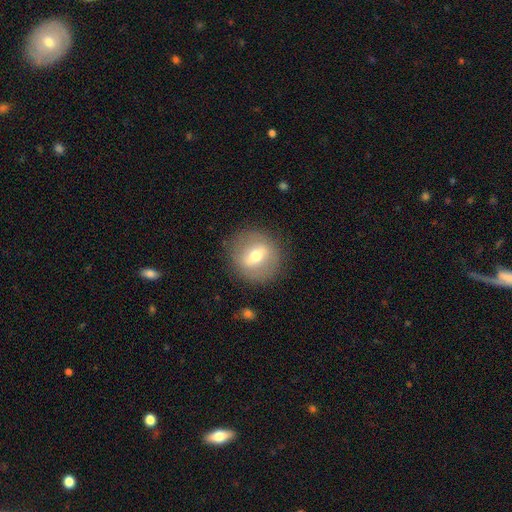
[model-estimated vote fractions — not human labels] Overall: smooth (46%, tied with featured or disk). Merging: none (85%).